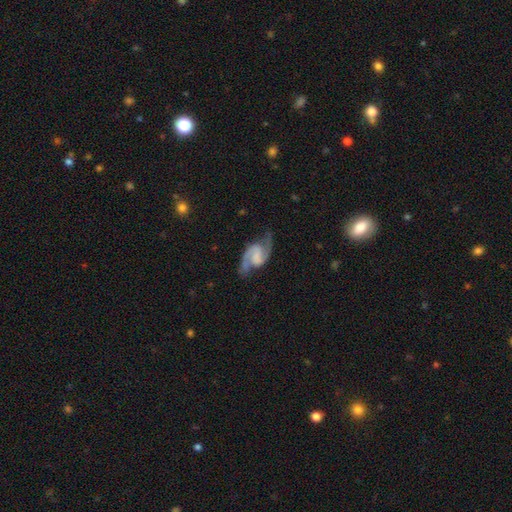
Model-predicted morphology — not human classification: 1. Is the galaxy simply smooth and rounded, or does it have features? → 89% featured or disk, 6% smooth, 5% star or artifact.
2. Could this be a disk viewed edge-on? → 98% no, 2% yes.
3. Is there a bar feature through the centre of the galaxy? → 47% weak, 28% no, 24% strong.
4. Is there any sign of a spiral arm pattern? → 97% yes, 3% no.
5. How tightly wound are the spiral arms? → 53% medium, 32% loose, 14% tight.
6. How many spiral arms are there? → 94% 2, 2% can't tell, 2% 1, 1% 3, 1% 4, 1% more than 4.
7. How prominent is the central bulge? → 52% none, 23% small, 16% moderate, 7% large, 2% dominant.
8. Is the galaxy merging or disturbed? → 74% none, 17% minor disturbance, 7% major disturbance, 2% merger.